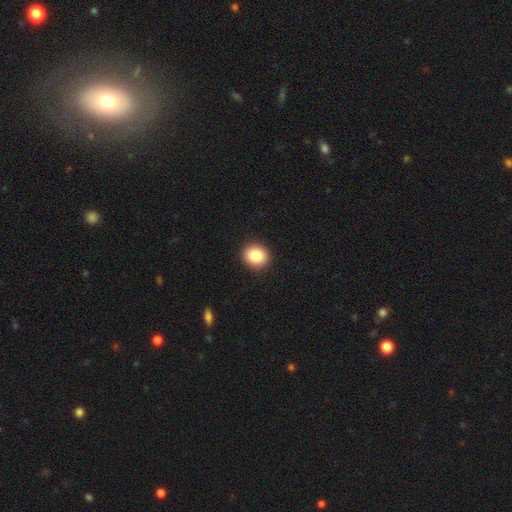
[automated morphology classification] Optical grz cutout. It shows a smooth galaxy with no disk features (85%) that is round (79%). Merging: none (92%).